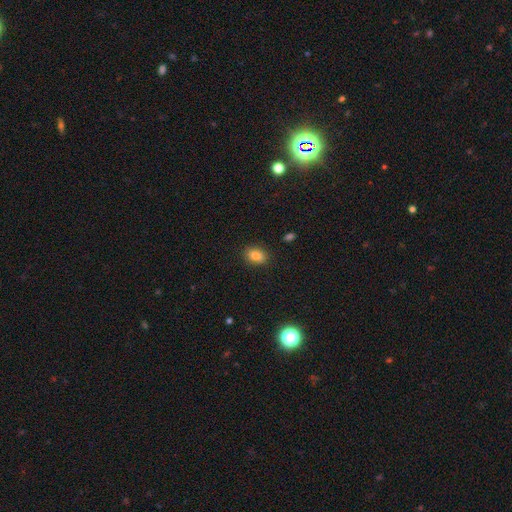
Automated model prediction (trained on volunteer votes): This appears to be a smooth galaxy with no disk features (83%) that is in between round and cigar-shaped (74%). Merging: none (87%).